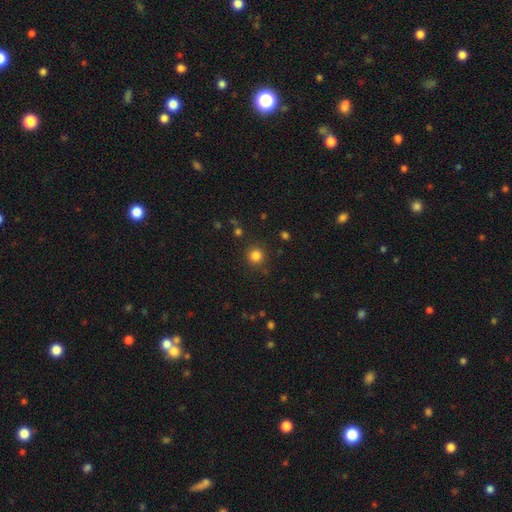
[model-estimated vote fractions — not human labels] smooth 83%, star or artifact 13%, featured or disk 4%. Down the decision tree: how rounded — round (92%); merging — none (87%).